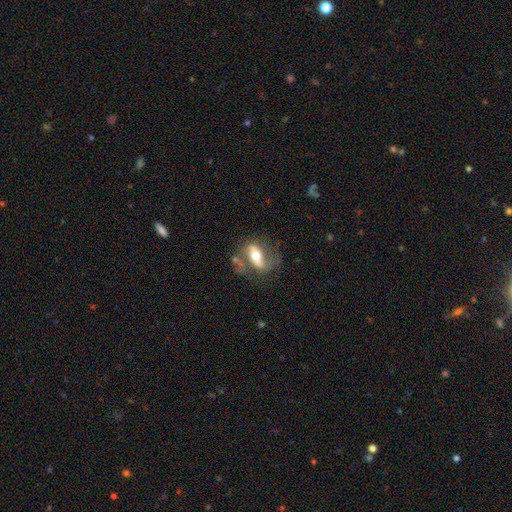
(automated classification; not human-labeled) Smooth or featured? featured or disk (64%)
Edge-on disk? no (81%)
Bar? strong (49%)
Spiral arms? yes (64%)
Bulge size? moderate (69%)
Merging? none (53%)